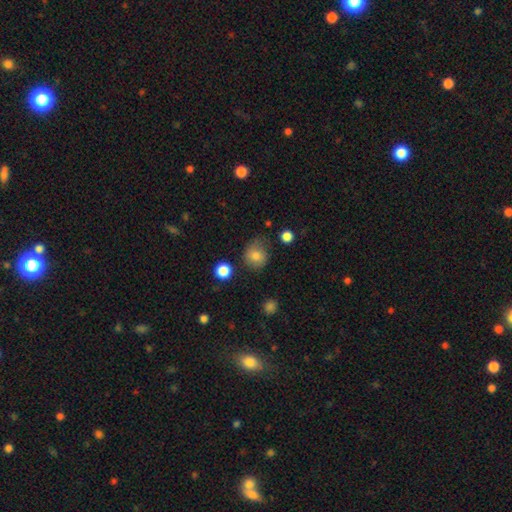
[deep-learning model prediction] Smooth or featured? Predicted: smooth (p=0.79). How rounded? Predicted: round (p=0.78). Merging? Predicted: none (p=0.62).